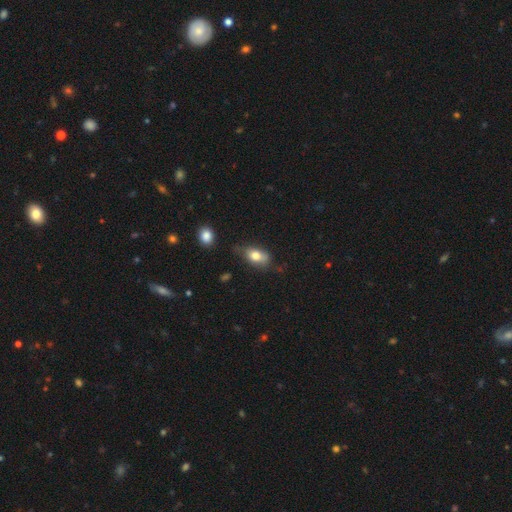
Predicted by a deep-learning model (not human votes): A smooth galaxy with no disk features (78%) that is in between round and cigar-shaped (86%). Merging: none (58%).